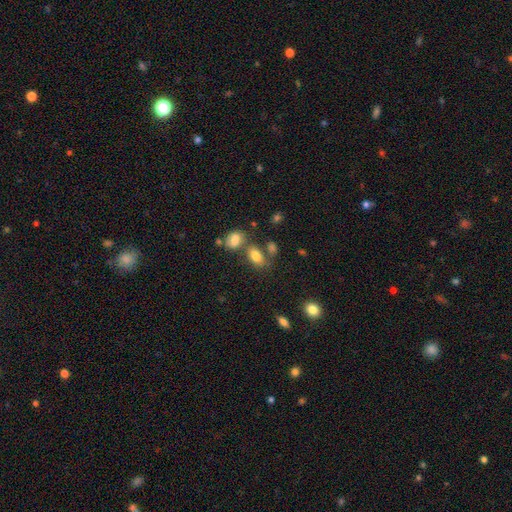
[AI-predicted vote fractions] A smooth galaxy with no disk features (79%) that is in between round and cigar-shaped (86%). Merging: none (58%).